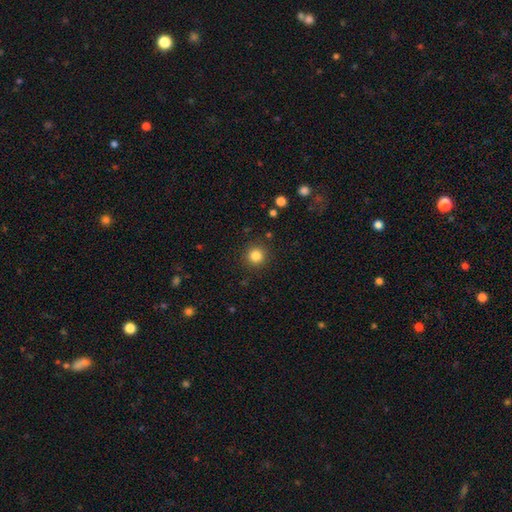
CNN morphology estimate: The model was most divided on "smooth or featured": smooth: 84%, star or artifact: 12%, featured or disk: 5%. More confident: how rounded — round (94%); merging — none (90%).